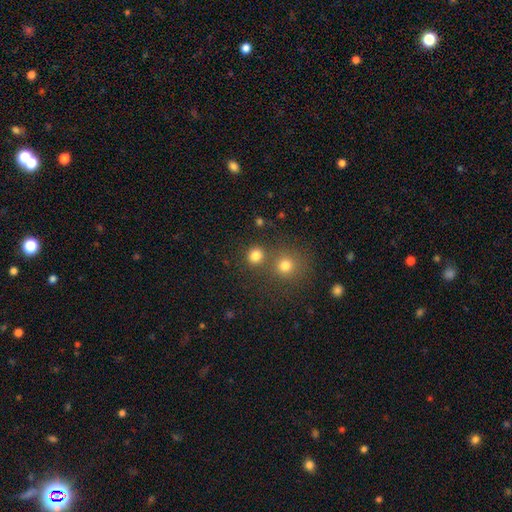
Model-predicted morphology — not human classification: A smooth galaxy with no disk features (81%) that is round (88%). Merging: none (73%).